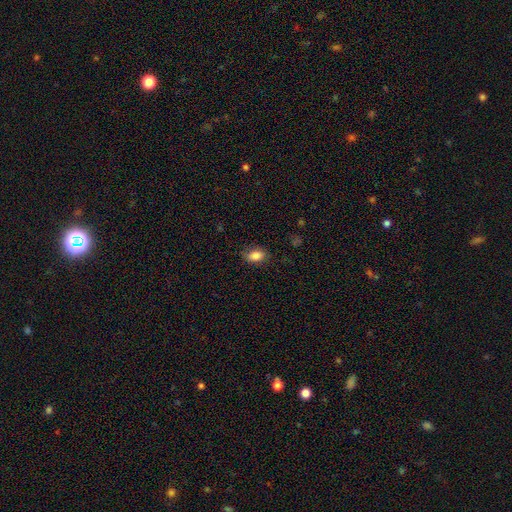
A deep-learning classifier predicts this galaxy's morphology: Smooth or featured? smooth (86%)
How rounded? in between (85%)
Merging? none (82%)